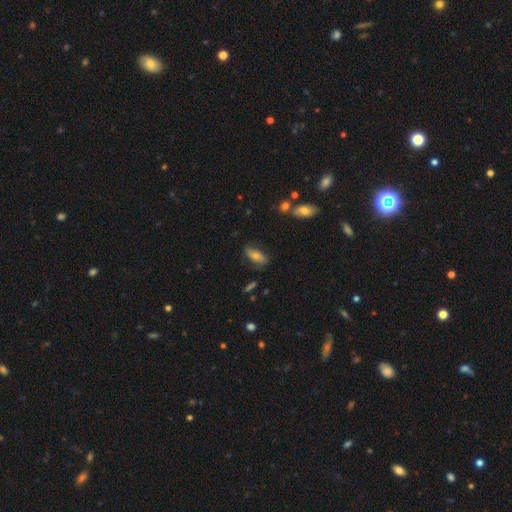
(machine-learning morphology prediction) This is possibly a smooth galaxy (59%). How rounded: clearly in between (80%). Merging: likely none (74%).